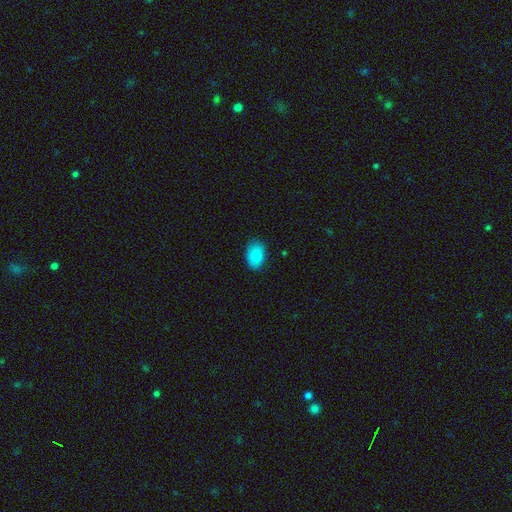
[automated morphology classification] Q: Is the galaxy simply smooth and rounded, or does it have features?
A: smooth — 87%.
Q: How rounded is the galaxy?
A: in between — 88%.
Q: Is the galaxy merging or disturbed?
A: none — 82%.